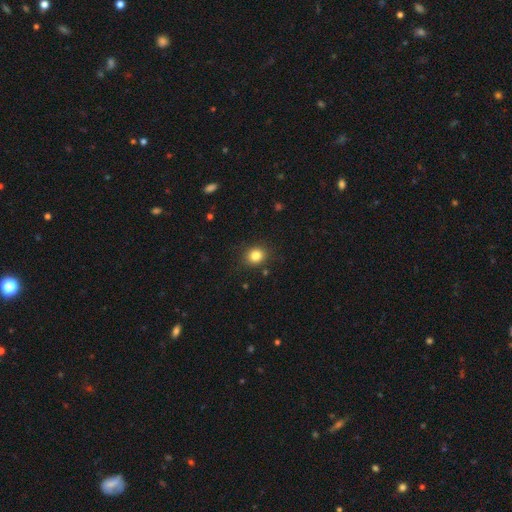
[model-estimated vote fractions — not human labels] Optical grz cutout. It shows a smooth galaxy with no disk features (83%) that is round (72%). Merging: none (88%).